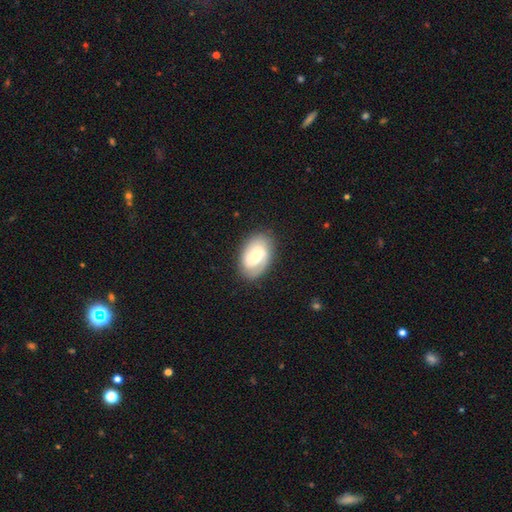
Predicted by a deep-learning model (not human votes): This is likely a featured or disk galaxy (63%). It is clearly not viewed edge-on (96%). Bar: possibly weak (47%). Spiral arm pattern: clearly yes (89%). Spiral arm count: likely 2 (71%). Spiral winding: marginally medium (42%). Central bulge: possibly moderate (52%). Merging: clearly none (81%).